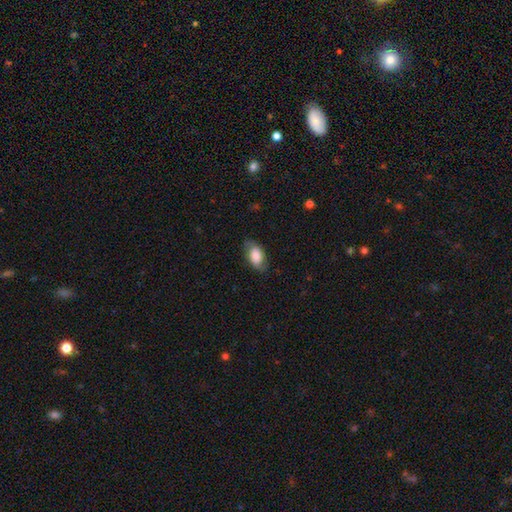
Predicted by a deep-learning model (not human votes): Smooth or featured? smooth (73%)
How rounded? in between (92%)
Merging? none (73%)